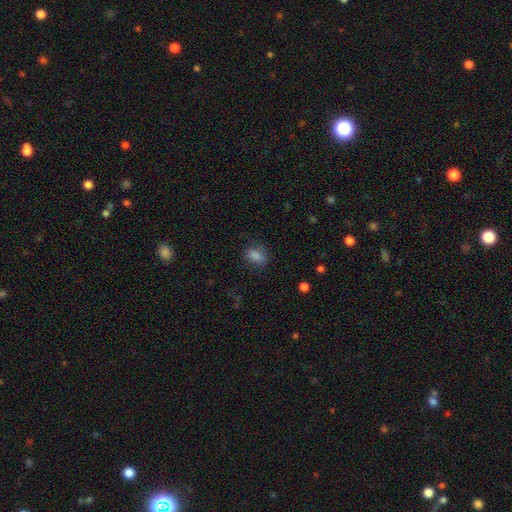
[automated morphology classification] This is clearly a smooth galaxy (82%). How rounded: likely in between (79%). Merging: likely none (77%).